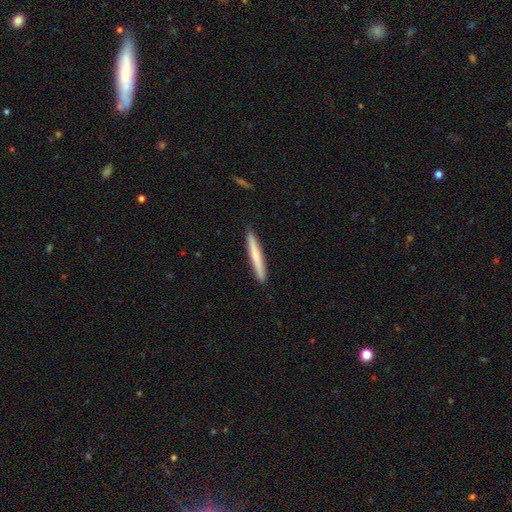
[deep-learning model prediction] Morphology: type=smooth (69%); roundness=cigar-shaped (97%); merging=none (92%).